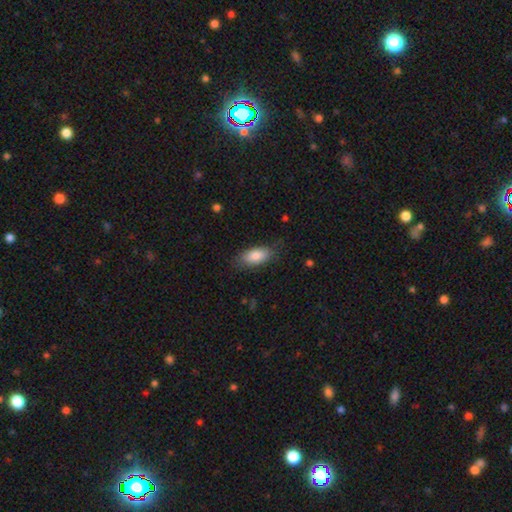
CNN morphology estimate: Smooth or featured? smooth (84%)
How rounded? in between (89%)
Merging? none (77%)